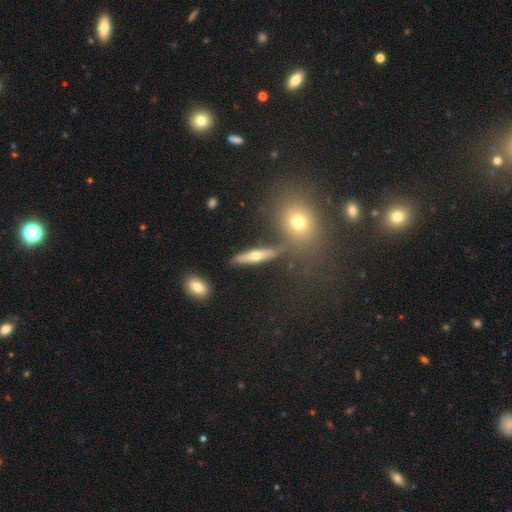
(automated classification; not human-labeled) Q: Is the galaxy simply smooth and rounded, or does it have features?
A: featured or disk — 46%.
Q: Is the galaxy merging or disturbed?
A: none — 77%.